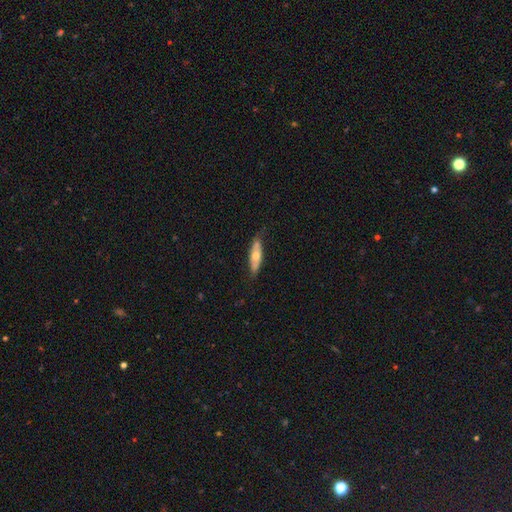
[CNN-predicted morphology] Q: Smooth or featured?
A: smooth (53%); runner-up: featured or disk (41%)
Q: How rounded?
A: cigar-shaped (53%); runner-up: in between (45%)
Q: Merging?
A: none (72%); runner-up: minor disturbance (22%)